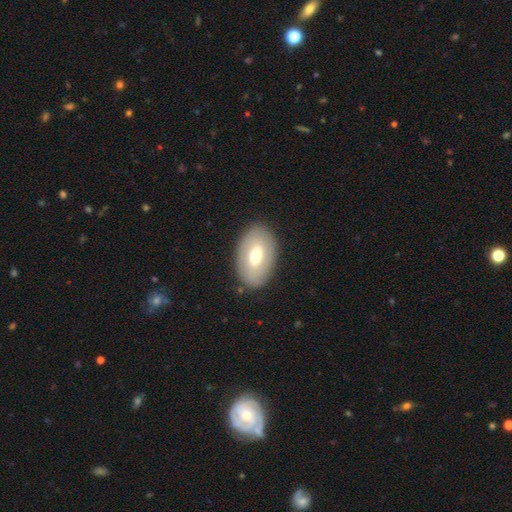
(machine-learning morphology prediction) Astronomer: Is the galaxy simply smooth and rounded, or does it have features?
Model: smooth — 59% (runner-up: featured or disk, 35%).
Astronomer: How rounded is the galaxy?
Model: in between — 90%.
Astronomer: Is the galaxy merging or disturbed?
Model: none — 85%.